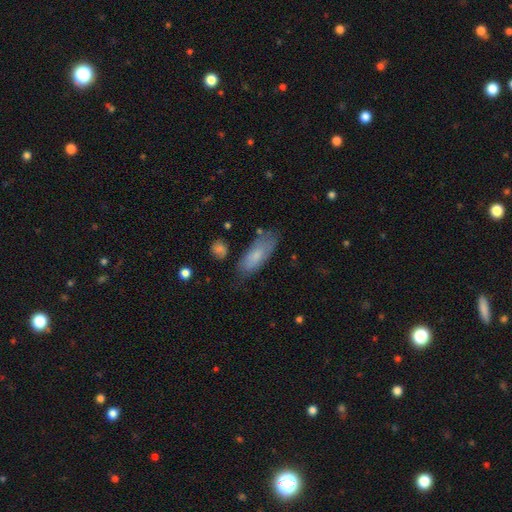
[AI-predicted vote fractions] A smooth galaxy with no disk features (73%) that is in between round and cigar-shaped (74%).

Vote fractions:
- Smooth or featured? smooth: 73% / featured or disk: 20% / star or artifact: 7%
- How rounded? in between: 74% / cigar-shaped: 24% / round: 2%
- Merging? none: 65% / minor disturbance: 25% / major disturbance: 7% / merger: 4%